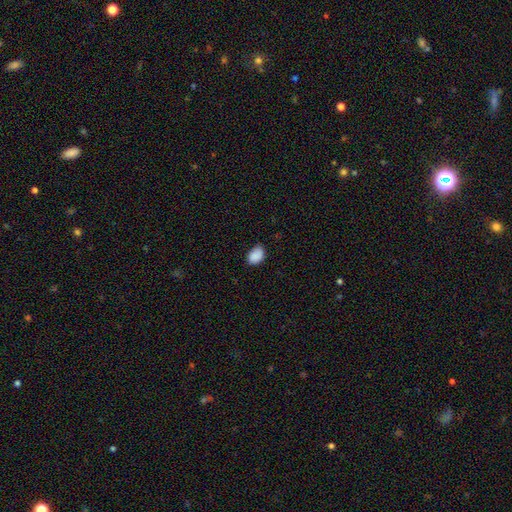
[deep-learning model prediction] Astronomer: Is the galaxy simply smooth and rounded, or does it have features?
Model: smooth — 88%.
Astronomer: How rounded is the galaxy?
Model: in between — 79%.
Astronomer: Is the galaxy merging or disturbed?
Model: none — 68%.